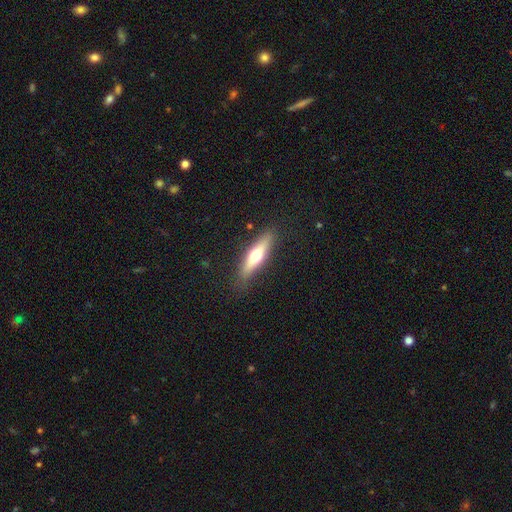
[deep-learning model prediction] Smooth or featured? Predicted: smooth (p=0.48). Merging? Predicted: none (p=0.86).